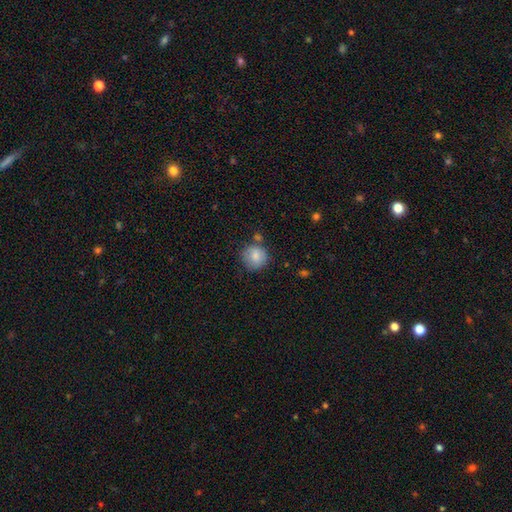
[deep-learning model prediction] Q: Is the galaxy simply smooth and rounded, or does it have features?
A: smooth — 83%.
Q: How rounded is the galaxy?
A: round — 88%.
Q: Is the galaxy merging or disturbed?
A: none — 69%.